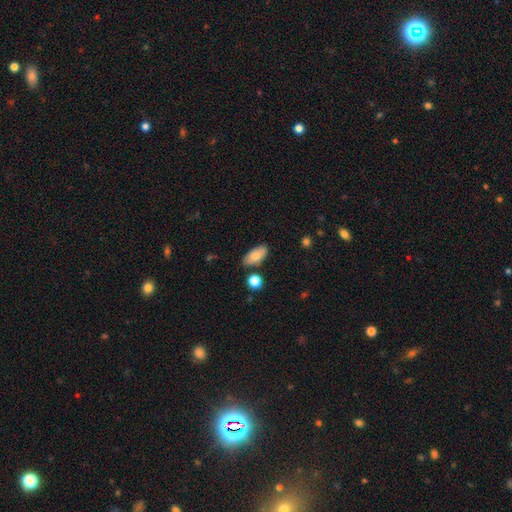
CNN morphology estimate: smooth 77%, featured or disk 16%, star or artifact 7%. Down the decision tree: how rounded — in between (92%); merging — none (78%).